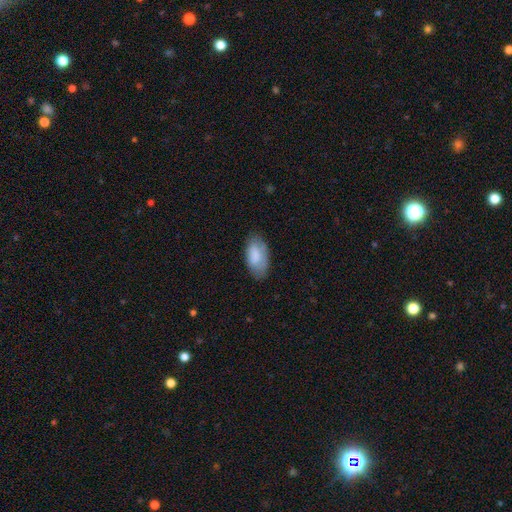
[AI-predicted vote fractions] The model was most divided on "merging": none: 72%, minor disturbance: 21%, major disturbance: 5%, merger: 1%. More confident: how rounded — in between (95%); smooth or featured — smooth (76%).